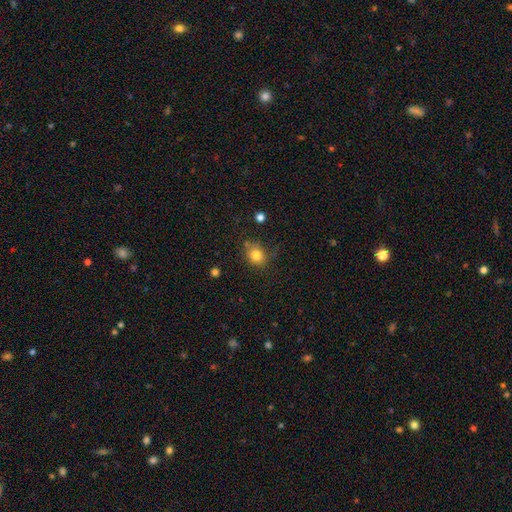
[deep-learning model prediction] smooth-or-featured: smooth: 81% | star or artifact: 11% | featured or disk: 7%
  how-rounded: round: 65% | in between: 34% | cigar-shaped: 1%
  merging: none: 69% | minor disturbance: 20% | major disturbance: 6% | merger: 6%